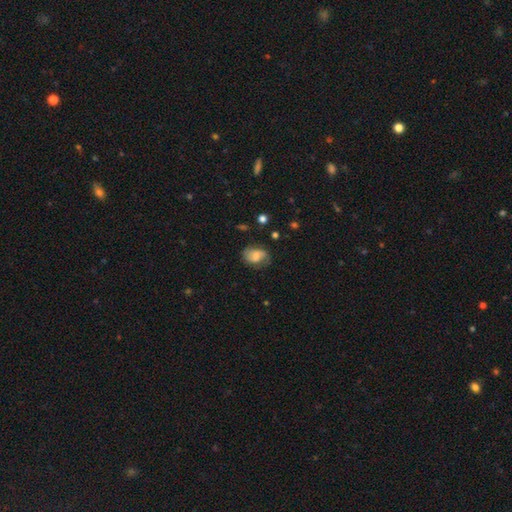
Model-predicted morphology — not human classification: type=smooth (55%); roundness=in between (67%); merging=none (59%).